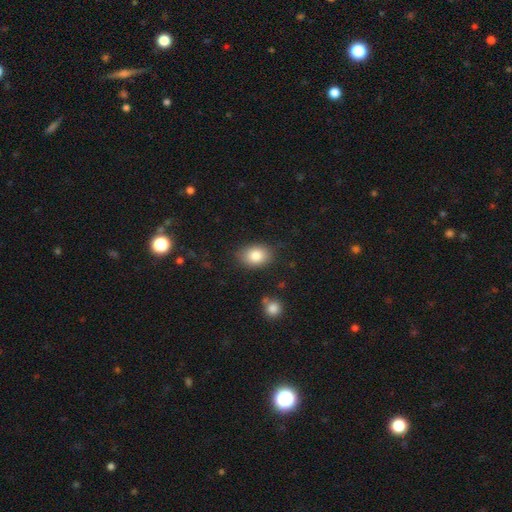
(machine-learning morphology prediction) smooth 84%, featured or disk 8%, star or artifact 8%. Down the decision tree: how rounded — in between (77%); merging — none (82%).